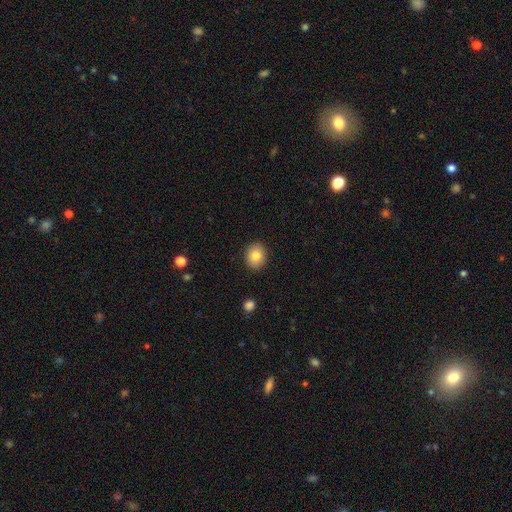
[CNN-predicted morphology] A smooth galaxy with no disk features (82%) that is round (66%). Merging: none (90%).